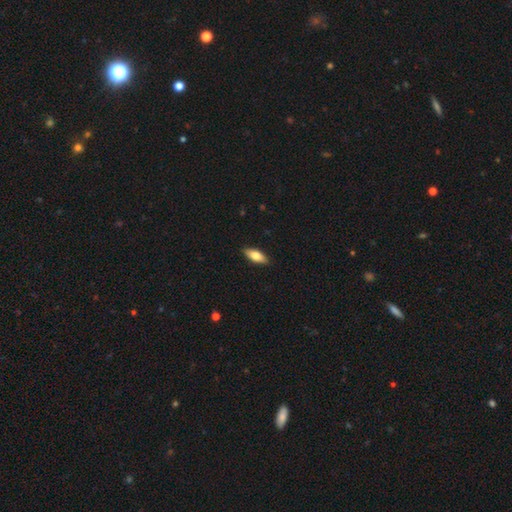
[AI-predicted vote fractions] smooth_or_featured: smooth (p=0.73) [alt: featured or disk p=0.21]
how_rounded: in between (p=0.75) [alt: cigar-shaped p=0.23]
merging: none (p=0.89) [alt: minor disturbance p=0.08]